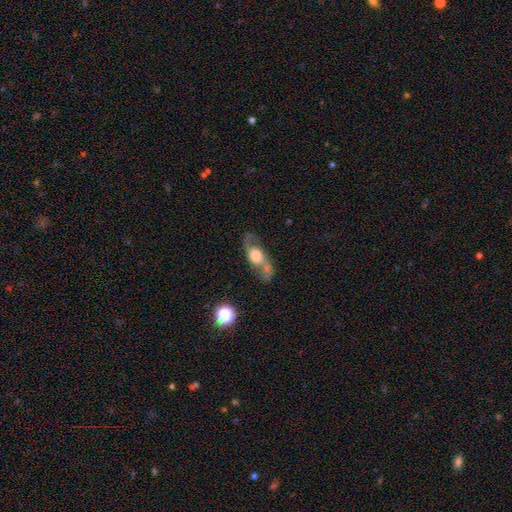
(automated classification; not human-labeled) A featured or disk galaxy (63%). Merging: none (52%).